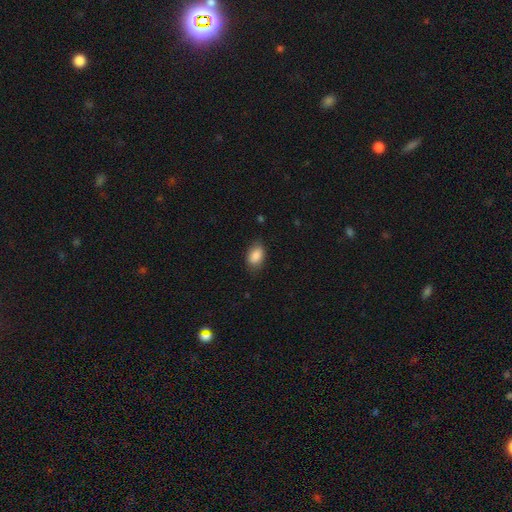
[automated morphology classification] The model was most divided on "merging": none: 78%, minor disturbance: 17%, major disturbance: 4%, merger: 1%. More confident: how rounded — in between (88%); smooth or featured — smooth (88%).